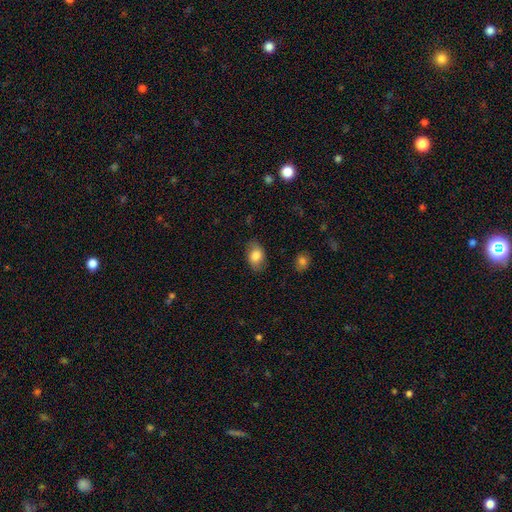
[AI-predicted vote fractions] Q: Smooth or featured?
A: smooth (80%); runner-up: featured or disk (13%)
Q: How rounded?
A: in between (84%); runner-up: round (15%)
Q: Merging?
A: none (80%); runner-up: minor disturbance (15%)